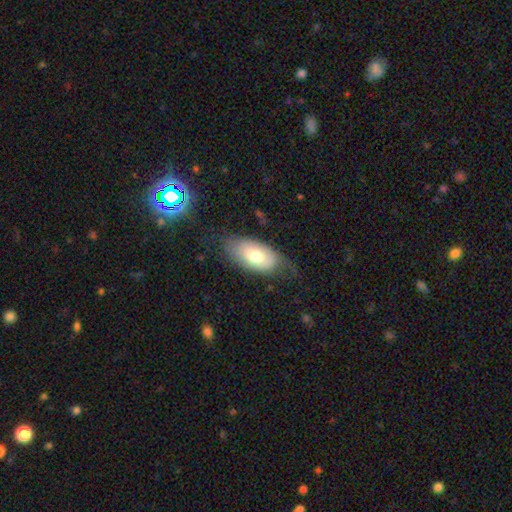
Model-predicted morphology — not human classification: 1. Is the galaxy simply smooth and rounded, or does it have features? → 67% smooth, 26% featured or disk, 7% star or artifact.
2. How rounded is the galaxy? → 93% in between, 4% round, 3% cigar-shaped.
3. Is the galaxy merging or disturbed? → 56% none, 28% minor disturbance, 14% major disturbance, 2% merger.